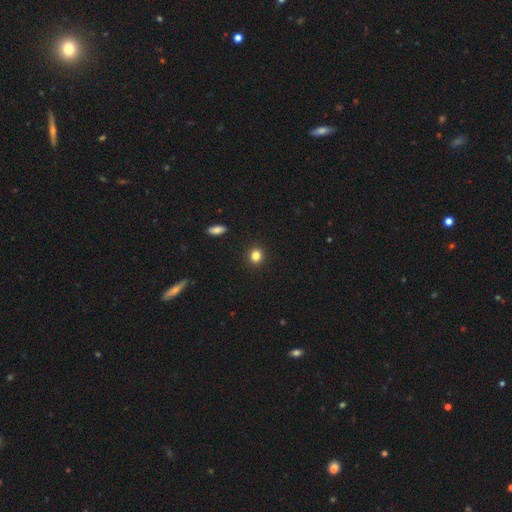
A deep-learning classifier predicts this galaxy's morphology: Overall: smooth (83%). How rounded: round (77%). Merging: none (92%).